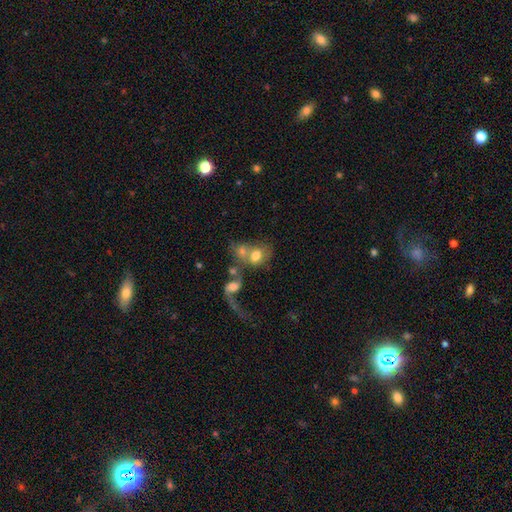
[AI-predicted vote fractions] A smooth galaxy with no disk features (60%) that is in between round and cigar-shaped (64%).

Vote fractions:
- Smooth or featured? smooth: 60% / featured or disk: 30% / star or artifact: 11%
- How rounded? in between: 64% / round: 34% / cigar-shaped: 2%
- Merging? merger: 61% / none: 19% / major disturbance: 12% / minor disturbance: 8%